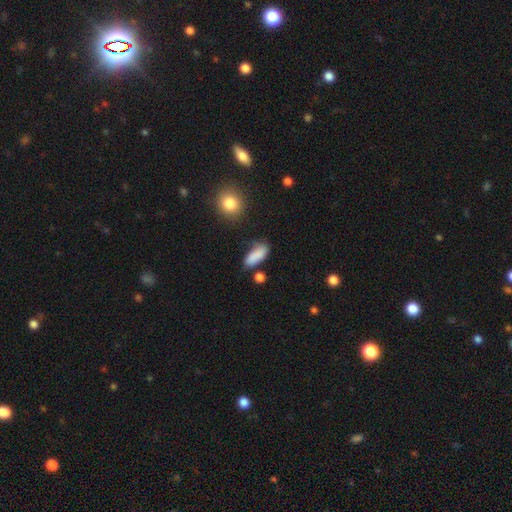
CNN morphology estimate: smooth 85%, star or artifact 8%, featured or disk 7%. Down the decision tree: how rounded — in between (75%); merging — none (60%).